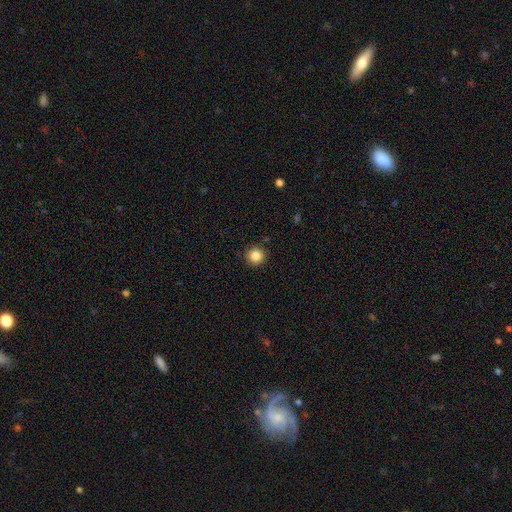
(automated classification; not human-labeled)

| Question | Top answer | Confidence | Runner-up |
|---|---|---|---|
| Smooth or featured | smooth | 85% | star or artifact (10%) |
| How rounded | round | 94% | in between (5%) |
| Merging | none | 90% | minor disturbance (6%) |